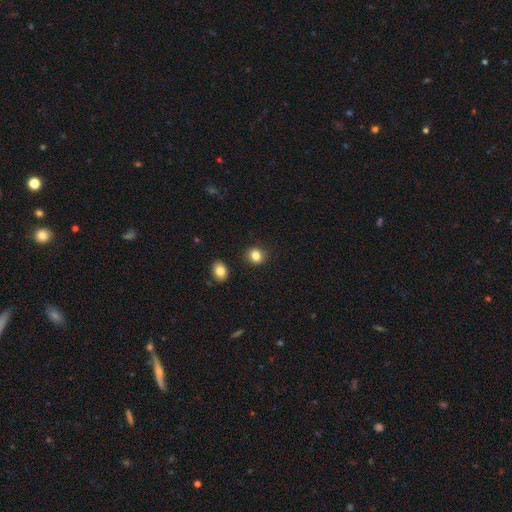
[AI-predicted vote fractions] Smooth or featured? Predicted: smooth (p=0.83). How rounded? Predicted: round (p=0.69). Merging? Predicted: none (p=0.87).